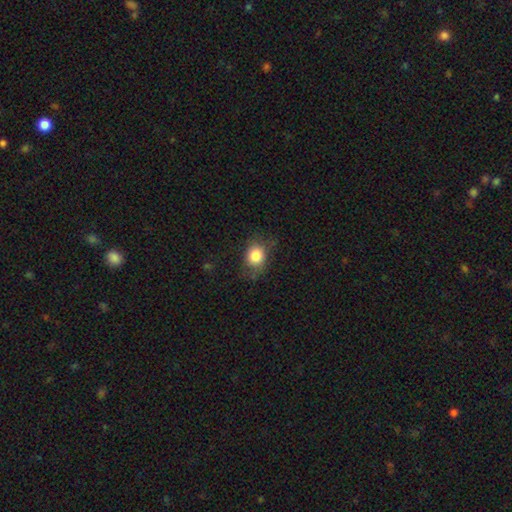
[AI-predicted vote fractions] Q: Smooth or featured?
A: smooth (82%); runner-up: star or artifact (10%)
Q: How rounded?
A: round (60%); runner-up: in between (39%)
Q: Merging?
A: none (67%); runner-up: minor disturbance (23%)